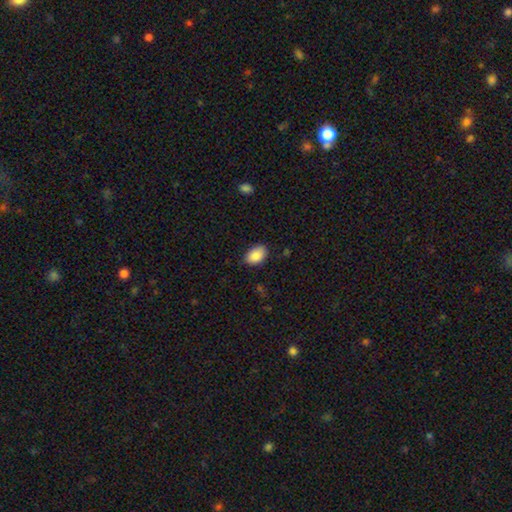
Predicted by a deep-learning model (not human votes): A smooth galaxy with no disk features (88%) that is in between round and cigar-shaped (88%). Merging: none (82%).